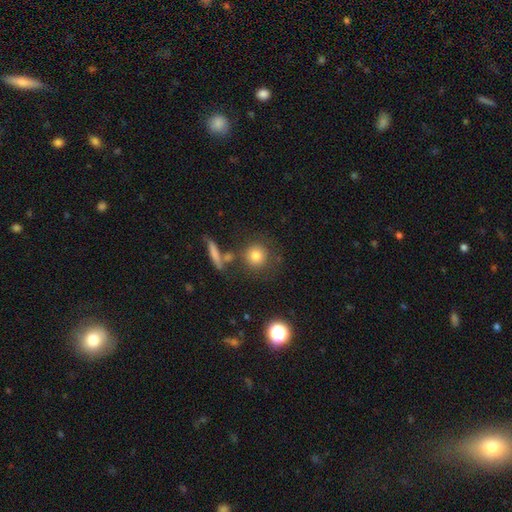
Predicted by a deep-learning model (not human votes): Smooth or featured: smooth — 78% (star or artifact — 11%)
How rounded: round — 90% (in between — 8%)
Merging: none — 73% (merger — 11%)